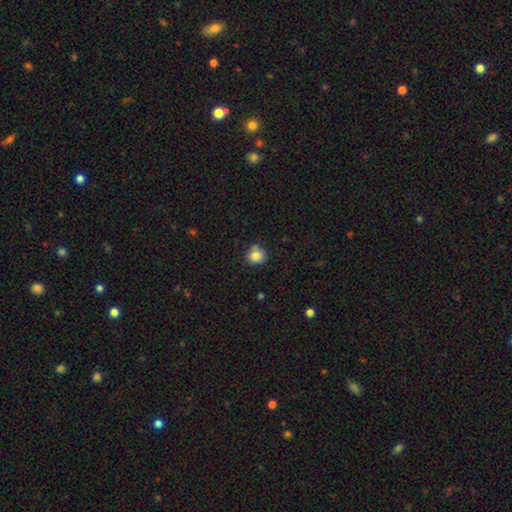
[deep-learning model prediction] The model was most divided on "merging": none: 75%, minor disturbance: 16%, merger: 6%, major disturbance: 3%. More confident: how rounded — round (86%); smooth or featured — smooth (83%).